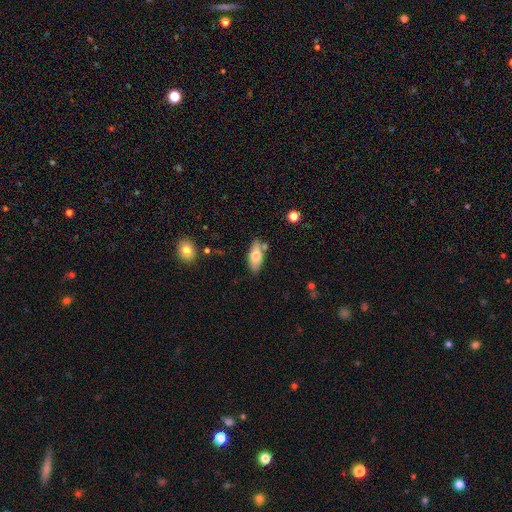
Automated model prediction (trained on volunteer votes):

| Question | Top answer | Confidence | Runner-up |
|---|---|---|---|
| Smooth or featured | smooth | 72% | featured or disk (22%) |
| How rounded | in between | 86% | cigar-shaped (11%) |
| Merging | none | 74% | minor disturbance (15%) |